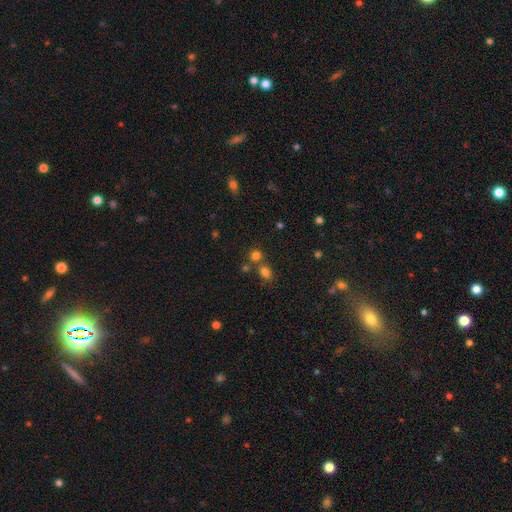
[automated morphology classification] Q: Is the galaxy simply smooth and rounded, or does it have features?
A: smooth — 73%.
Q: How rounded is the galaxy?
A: round — 77%.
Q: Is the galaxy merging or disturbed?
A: none — 60%.